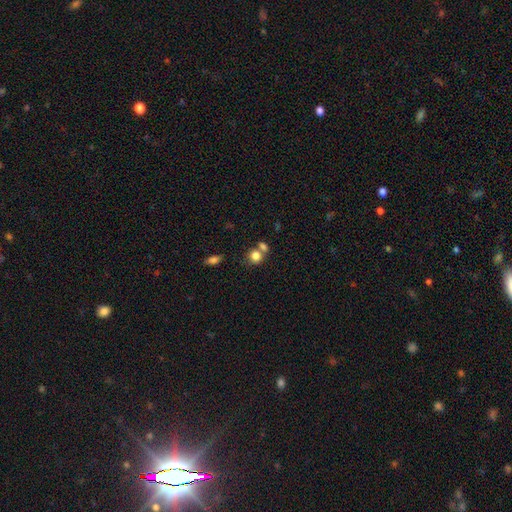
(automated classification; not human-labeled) This appears to be a smooth galaxy with no disk features (81%) that is round (73%). Merging: none (47%).